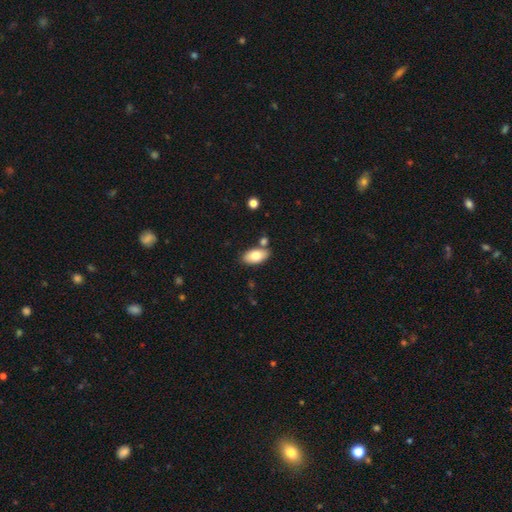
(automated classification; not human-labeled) Smooth or featured: smooth — 78% (featured or disk — 15%)
How rounded: in between — 93% (round — 4%)
Merging: none — 74% (minor disturbance — 12%)